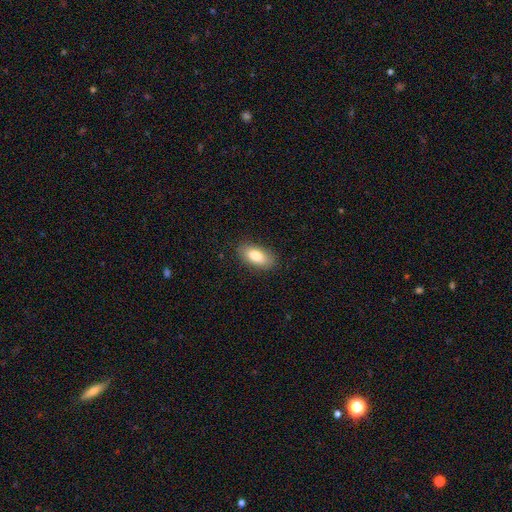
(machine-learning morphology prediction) Overall: smooth (81%). How rounded: in between (90%). Merging: none (87%).